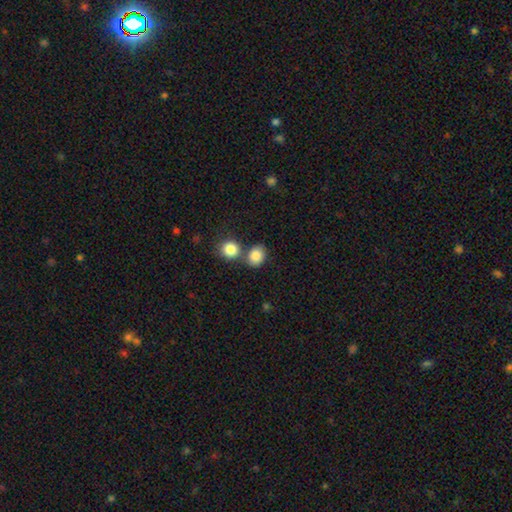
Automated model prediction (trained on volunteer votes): smooth_or_featured: smooth (p=0.86) [alt: star or artifact p=0.08]
how_rounded: round (p=0.58) [alt: in between p=0.41]
merging: none (p=0.54) [alt: merger p=0.33]